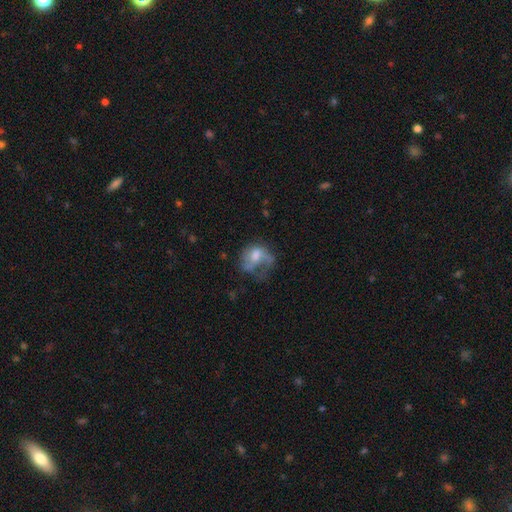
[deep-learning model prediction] The model was most divided on "smooth or featured": smooth: 48%, featured or disk: 41%, star or artifact: 10%. Remaining: merging — major disturbance (49%).